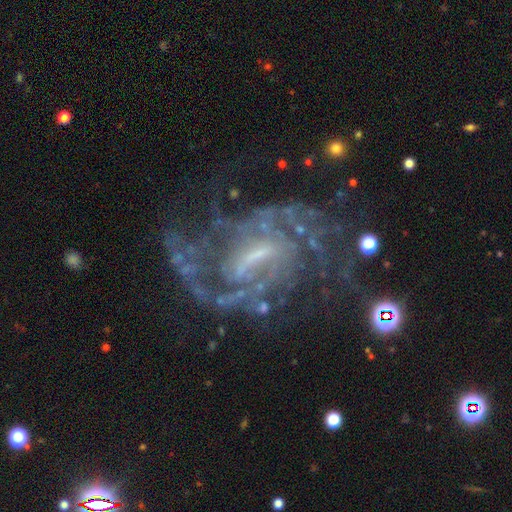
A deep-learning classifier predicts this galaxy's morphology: Overall: featured or disk (87%). Edge-on disk: no (97%). Bar: weak (52%; strong 29%). Spiral arms: yes (91%). Spiral arm count: 2 (33%, tied with can't tell). Spiral winding: medium (45%; tight 36%). Bulge size: small (47%; moderate 27%). Merging: none (55%; major disturbance 23%).